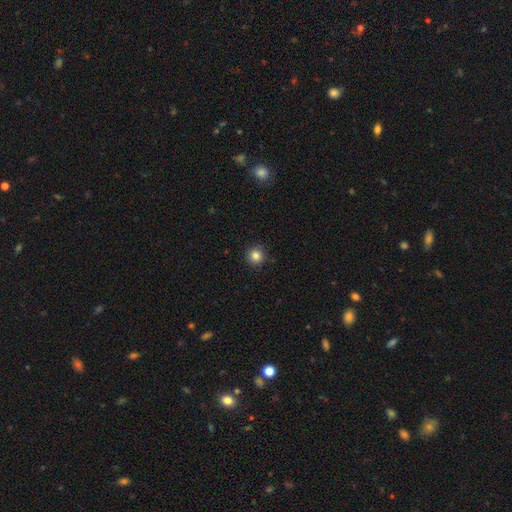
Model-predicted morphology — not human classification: This appears to be a smooth galaxy with no disk features (84%) that is round (94%). Merging: none (91%).